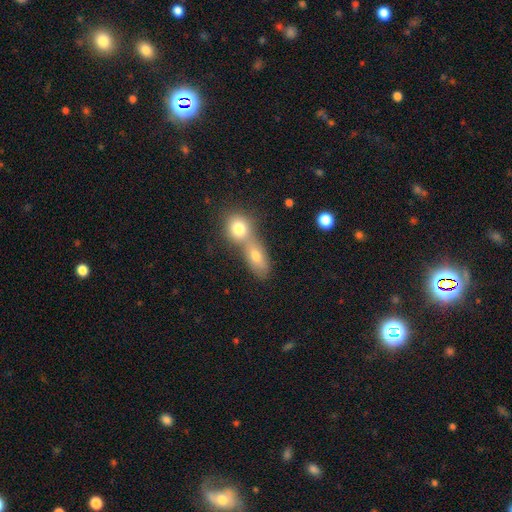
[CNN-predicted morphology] A smooth galaxy with no disk features (73%) that is in between round and cigar-shaped (69%). Merging: merger (59%).